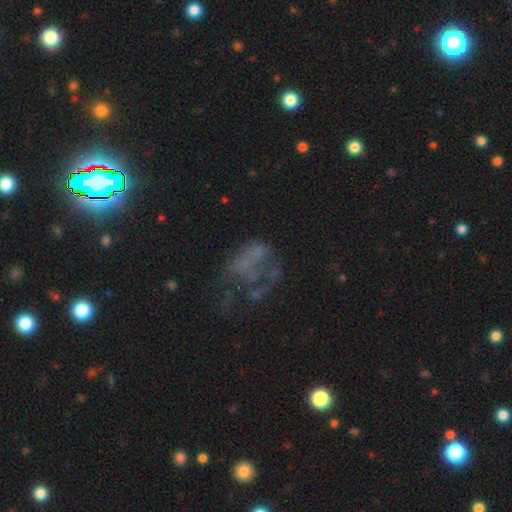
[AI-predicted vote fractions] A featured or disk galaxy (51%).

Vote fractions:
- Smooth or featured? featured or disk: 51% / smooth: 27% / star or artifact: 22%
- Edge-on disk? no: 98% / yes: 2%
- Merging? major disturbance: 48% / none: 26% / minor disturbance: 15% / merger: 11%